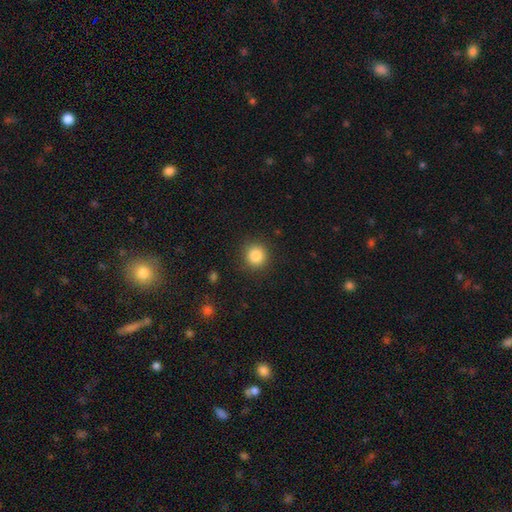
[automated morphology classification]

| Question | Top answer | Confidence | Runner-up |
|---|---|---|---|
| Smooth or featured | smooth | 85% | star or artifact (10%) |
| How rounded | round | 92% | in between (7%) |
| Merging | none | 89% | minor disturbance (7%) |